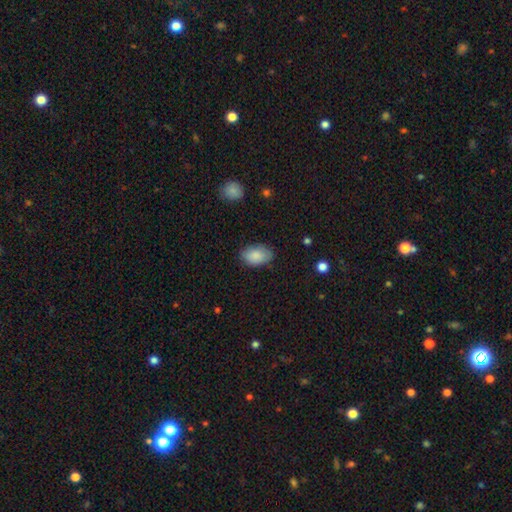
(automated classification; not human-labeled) Overall: smooth (87%). How rounded: in between (92%). Merging: none (80%).